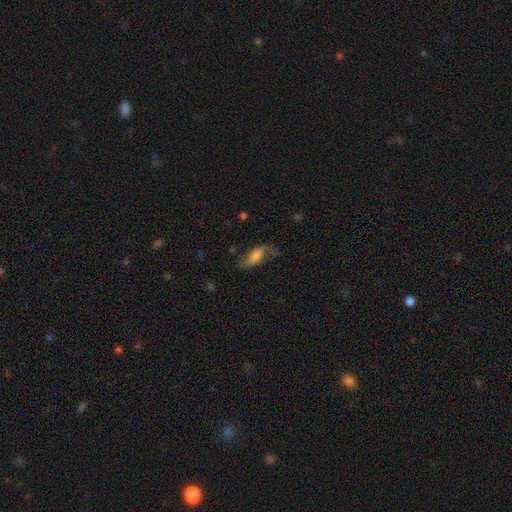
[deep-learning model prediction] Morphology: type=featured or disk (52%); edge-on=no (85%); merging=none (57%).